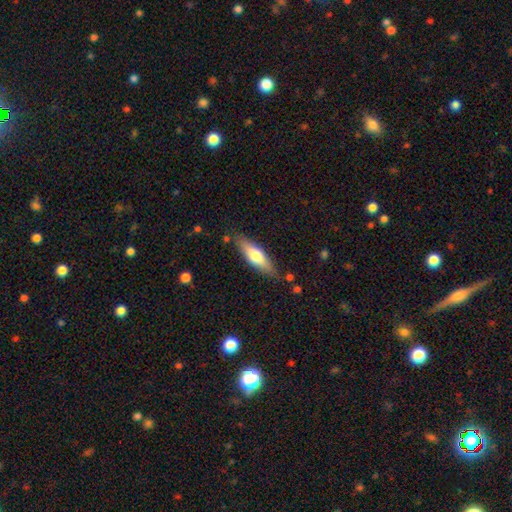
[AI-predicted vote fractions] Smooth or featured? Predicted: smooth (p=0.62). How rounded? Predicted: cigar-shaped (p=0.52). Merging? Predicted: none (p=0.82).